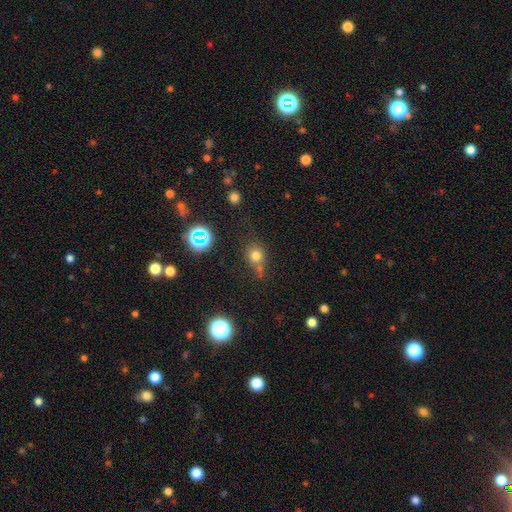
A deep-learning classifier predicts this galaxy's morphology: The model was most divided on "merging": none: 58%, minor disturbance: 18%, merger: 16%, major disturbance: 8%. More confident: how rounded — round (79%); smooth or featured — smooth (72%).